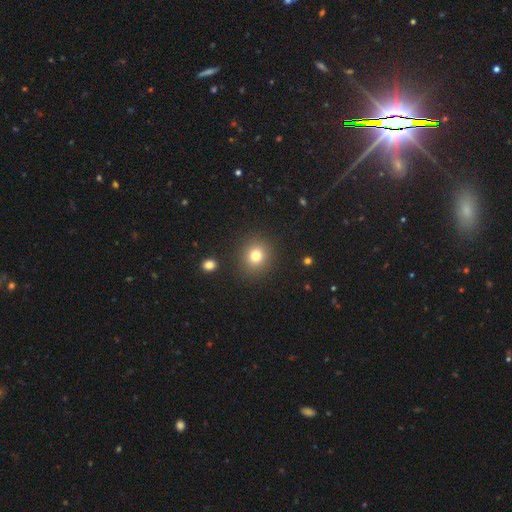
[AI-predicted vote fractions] Q: Smooth or featured?
A: smooth (78%); runner-up: star or artifact (14%)
Q: How rounded?
A: round (85%); runner-up: in between (14%)
Q: Merging?
A: none (89%); runner-up: minor disturbance (6%)